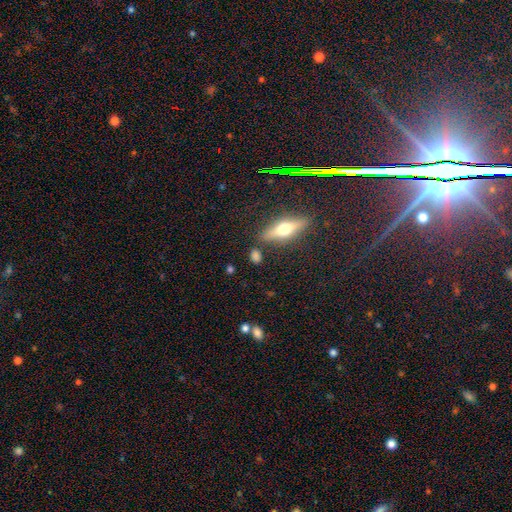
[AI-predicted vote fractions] A smooth galaxy with no disk features (67%) that is in between round and cigar-shaped (53%). Merging: none (76%).